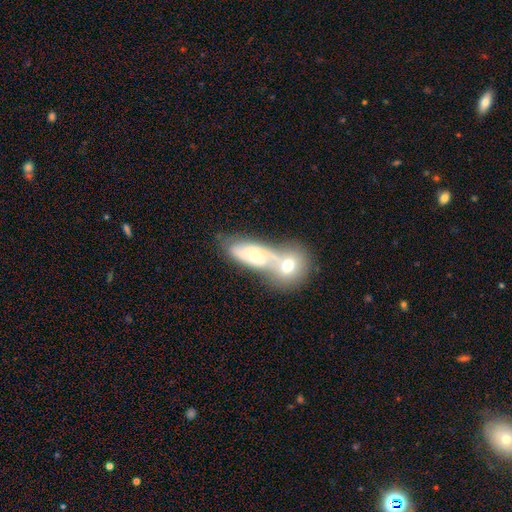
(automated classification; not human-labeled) Smooth or featured: featured or disk — 56% (smooth — 36%)
Edge-on disk: no — 87% (yes — 13%)
Merging: merger — 61% (none — 25%)